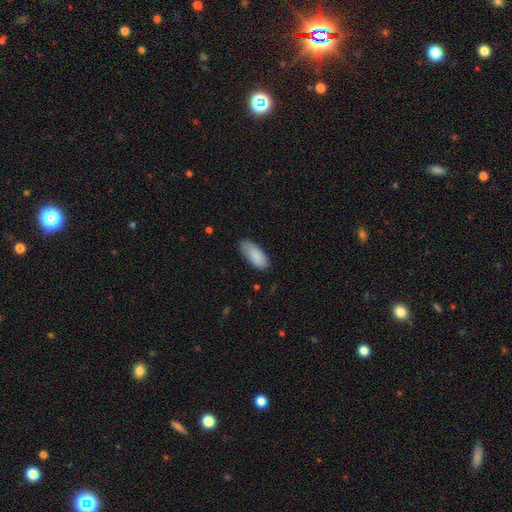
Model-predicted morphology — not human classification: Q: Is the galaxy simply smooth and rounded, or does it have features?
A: smooth — 87%.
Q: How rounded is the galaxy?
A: in between — 86%.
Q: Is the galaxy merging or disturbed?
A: none — 77%.